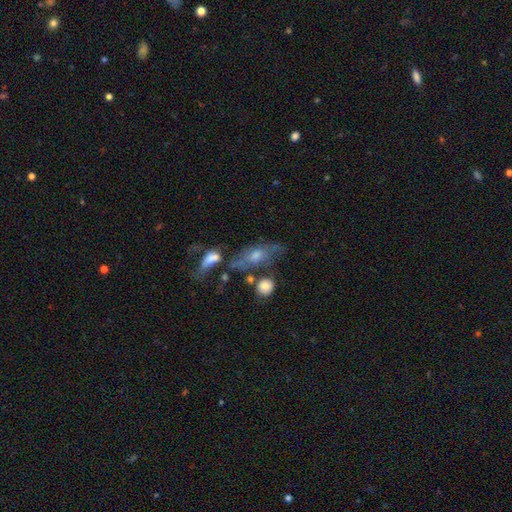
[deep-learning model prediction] This appears to be a featured or disk galaxy (50%). Merging: none (49%).